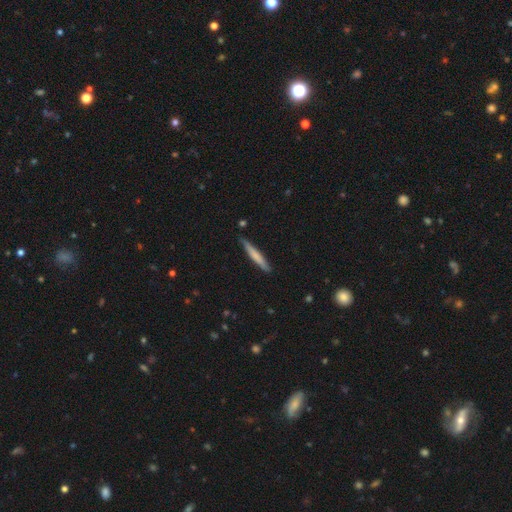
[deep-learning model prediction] Smooth or featured: smooth — 66% (featured or disk — 29%)
How rounded: cigar-shaped — 95% (in between — 4%)
Merging: none — 85% (minor disturbance — 11%)